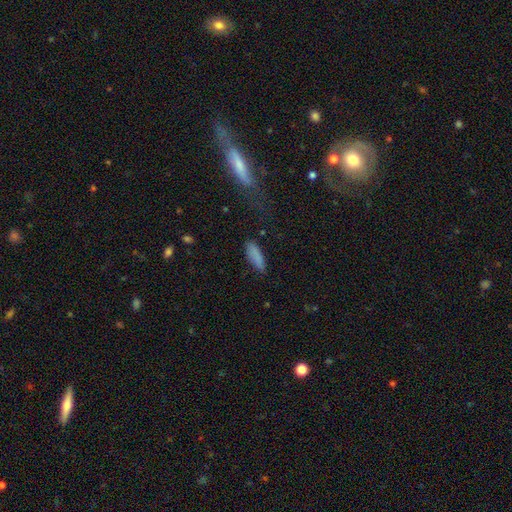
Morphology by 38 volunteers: type=smooth (97%); roundness=cigar-shaped (54%); merging=none (92%).